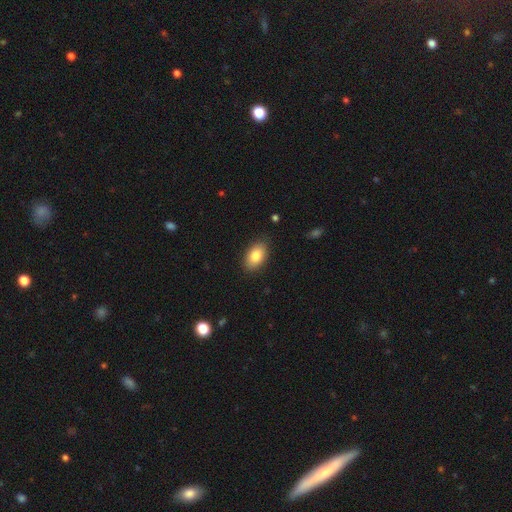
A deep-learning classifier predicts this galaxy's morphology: smooth_or_featured: smooth (p=0.84) [alt: featured or disk p=0.09]
how_rounded: in between (p=0.92) [alt: round p=0.07]
merging: none (p=0.86) [alt: minor disturbance p=0.10]